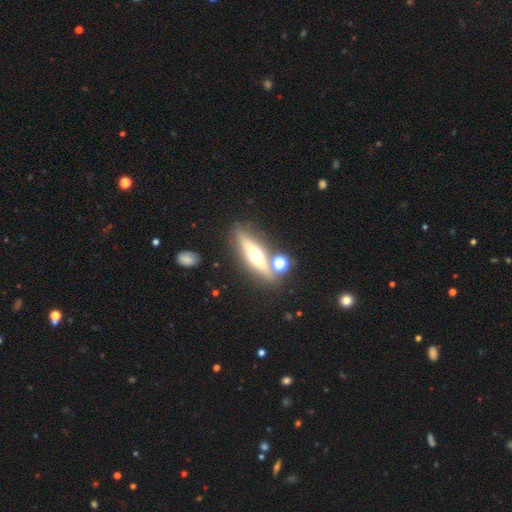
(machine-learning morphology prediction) Smooth or featured? featured or disk (53%)
Edge-on disk? yes (85%)
Merging? none (74%)